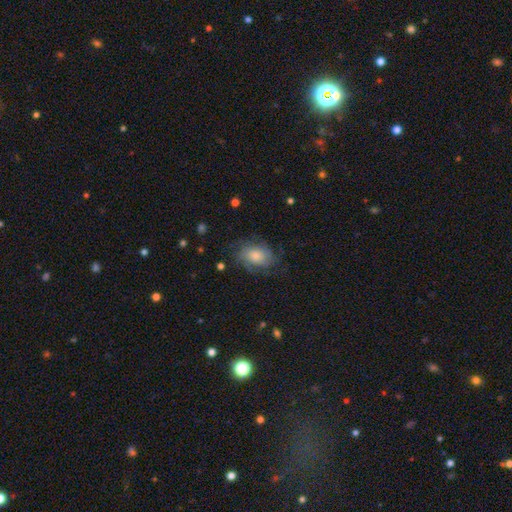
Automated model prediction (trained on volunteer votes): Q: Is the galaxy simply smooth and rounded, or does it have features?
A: smooth — 51%.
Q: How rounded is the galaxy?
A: in between — 67%.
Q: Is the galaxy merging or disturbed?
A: none — 64%.